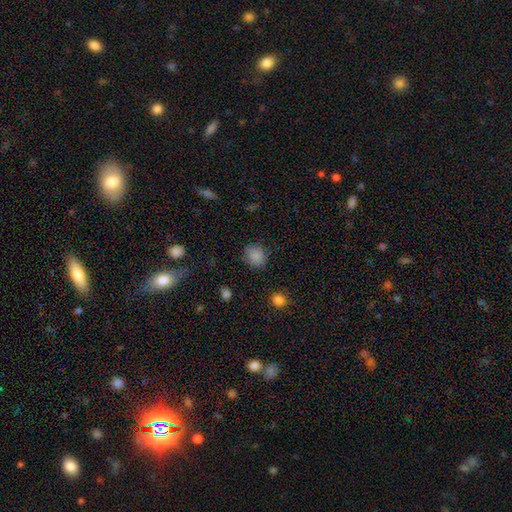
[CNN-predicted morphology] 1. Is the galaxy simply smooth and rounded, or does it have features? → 84% smooth, 11% star or artifact, 5% featured or disk.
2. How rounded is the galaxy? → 69% round, 30% in between, 1% cigar-shaped.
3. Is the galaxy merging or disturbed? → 80% none, 15% minor disturbance, 4% major disturbance, 1% merger.